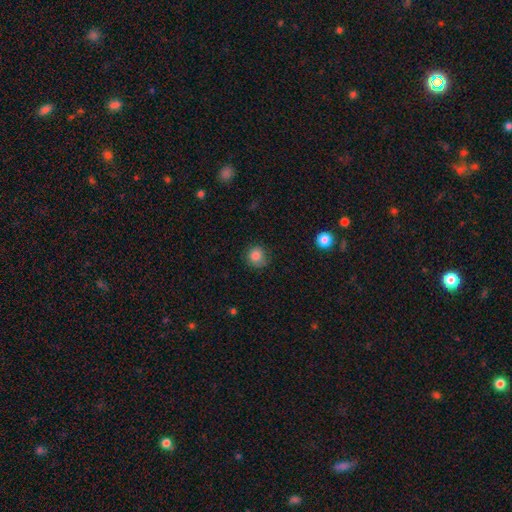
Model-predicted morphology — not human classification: smooth 83%, star or artifact 10%, featured or disk 7%. Down the decision tree: how rounded — round (87%); merging — none (74%).